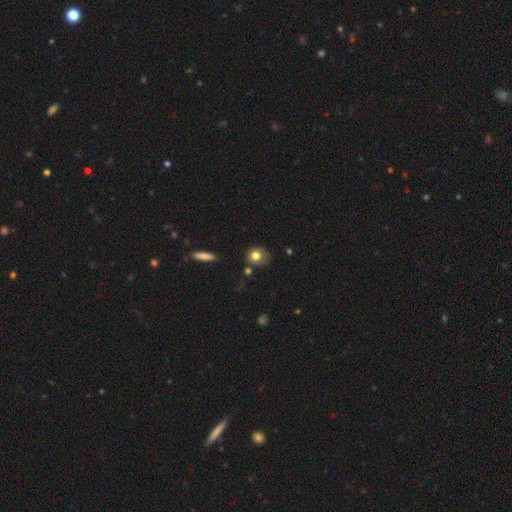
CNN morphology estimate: type=smooth (77%); roundness=round (73%); merging=none (71%).